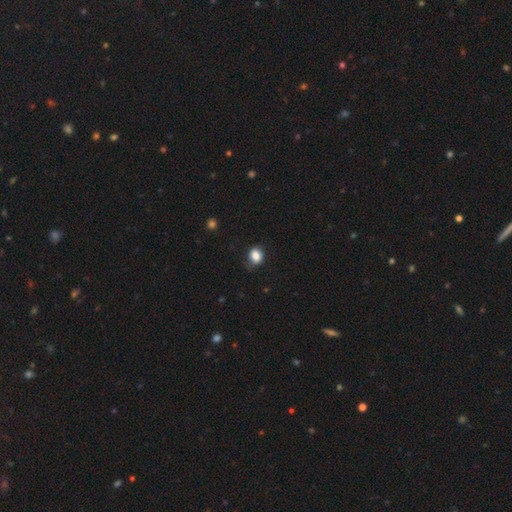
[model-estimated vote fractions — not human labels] Smooth or featured? smooth (85%)
How rounded? round (56%)
Merging? none (73%)